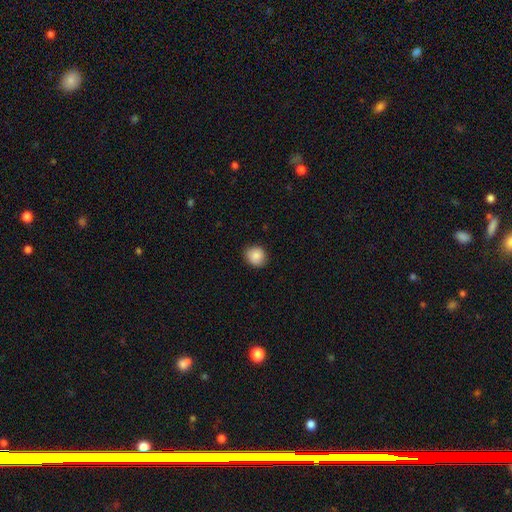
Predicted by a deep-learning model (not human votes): Q: Smooth or featured?
A: smooth (88%); runner-up: star or artifact (8%)
Q: How rounded?
A: round (79%); runner-up: in between (20%)
Q: Merging?
A: none (87%); runner-up: minor disturbance (10%)